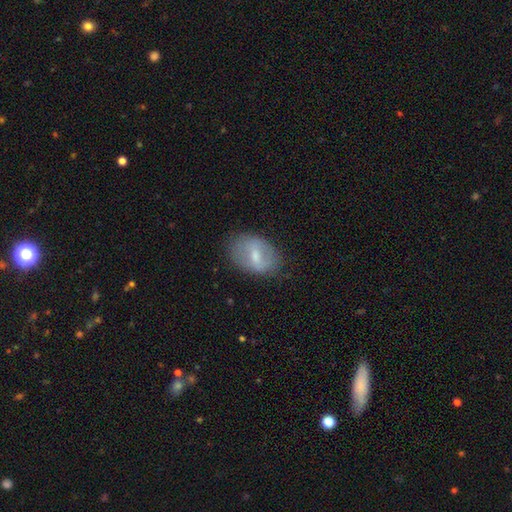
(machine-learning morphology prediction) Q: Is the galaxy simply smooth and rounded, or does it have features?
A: smooth — 47%.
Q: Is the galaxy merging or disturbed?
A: none — 73%.